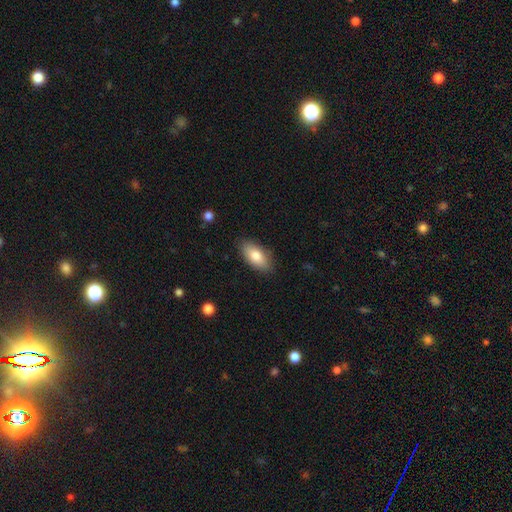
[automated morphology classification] This appears to be a smooth galaxy with no disk features (81%) that is in between round and cigar-shaped (90%). Merging: none (86%).